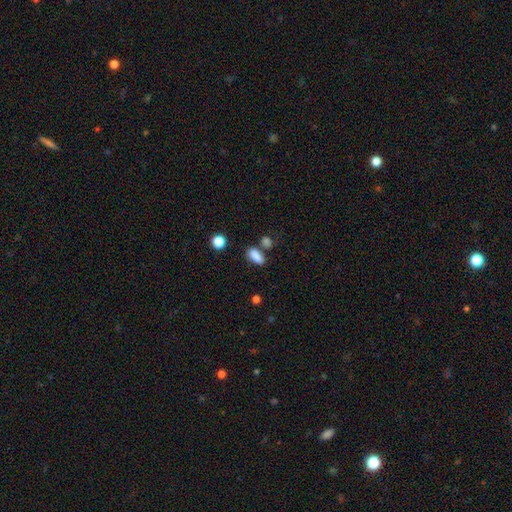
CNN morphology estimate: A smooth galaxy with no disk features (85%) that is in between round and cigar-shaped (81%). Merging: none (65%).